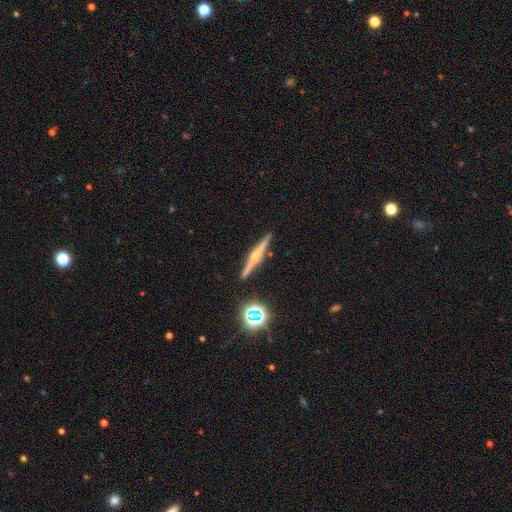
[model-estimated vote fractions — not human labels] A featured or disk galaxy (74%) viewed edge-on (98%) with a rounded central bulge (85%).

Vote fractions:
- Smooth or featured? featured or disk: 74% / smooth: 17% / star or artifact: 9%
- Edge-on disk? yes: 98% / no: 2%
- Edge-on bulge? rounded: 85% / boxy: 9% / none: 7%
- Merging? none: 91% / minor disturbance: 6% / merger: 2% / major disturbance: 1%